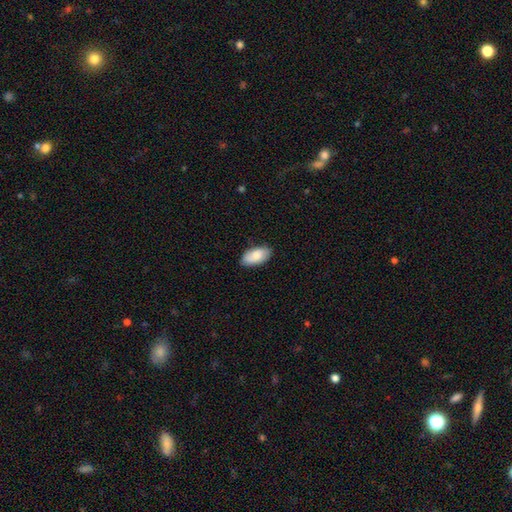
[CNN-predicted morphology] type=smooth (82%); roundness=in between (94%); merging=none (84%).